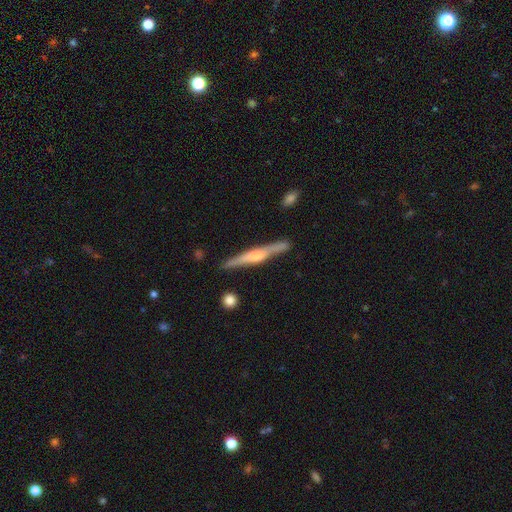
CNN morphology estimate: smooth-or-featured: featured or disk: 69% | smooth: 26% | star or artifact: 5%
  disk-edge-on: yes: 97% | no: 3%
    edge-on-bulge: rounded: 68% | boxy: 20% | none: 11%
  merging: none: 85% | minor disturbance: 10% | merger: 2% | major disturbance: 2%